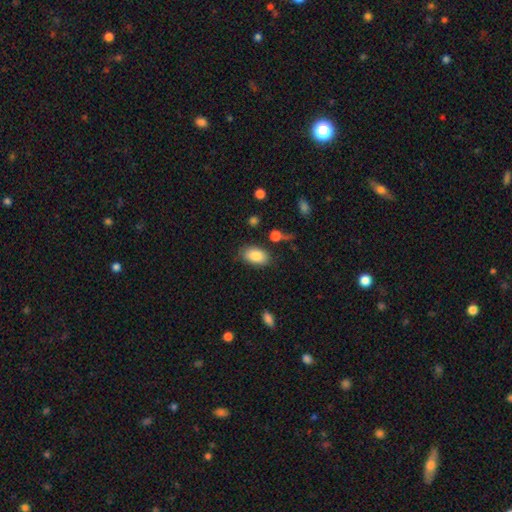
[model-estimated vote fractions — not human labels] smooth_or_featured: smooth (p=0.86) [alt: star or artifact p=0.07]
how_rounded: in between (p=0.92) [alt: round p=0.06]
merging: none (p=0.79) [alt: minor disturbance p=0.15]